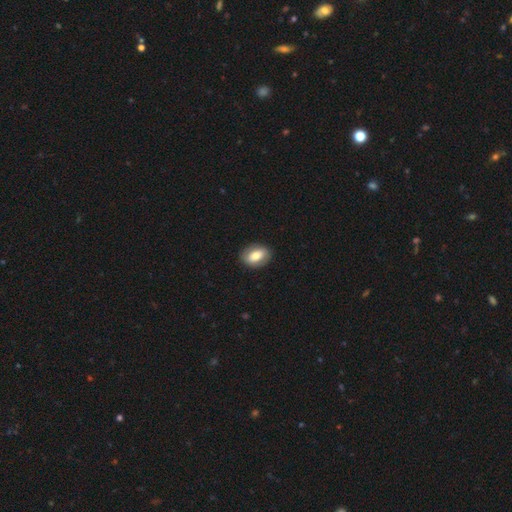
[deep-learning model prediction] Smooth or featured? smooth (69%)
How rounded? in between (81%)
Merging? none (87%)